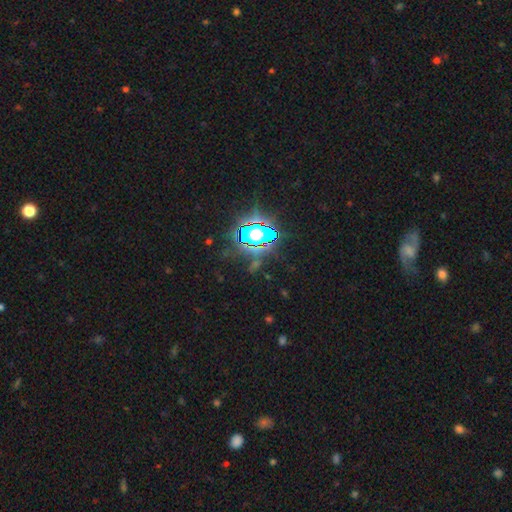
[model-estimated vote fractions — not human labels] Smooth or featured: star or artifact — 80% (smooth — 11%)